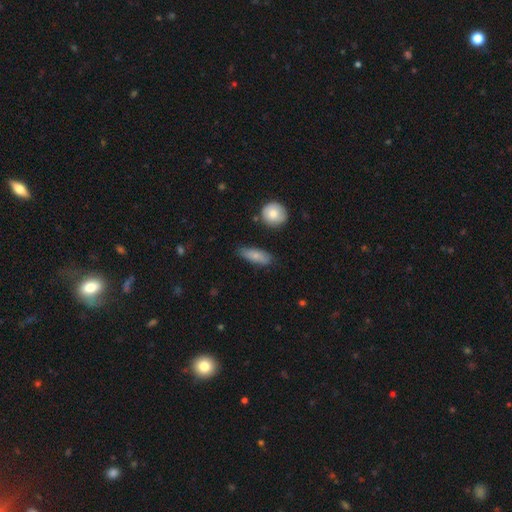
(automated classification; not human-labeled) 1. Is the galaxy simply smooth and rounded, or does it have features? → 76% smooth, 17% featured or disk, 7% star or artifact.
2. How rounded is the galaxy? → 71% in between, 25% cigar-shaped, 4% round.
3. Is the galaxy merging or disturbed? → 69% none, 24% minor disturbance, 5% major disturbance, 3% merger.